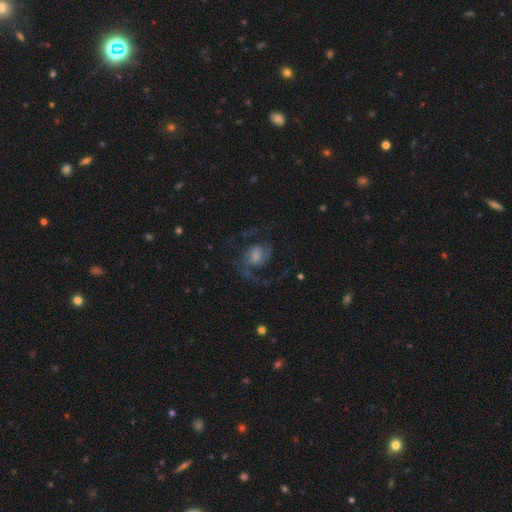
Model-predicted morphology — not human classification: A featured or disk galaxy (80%) with a weak bar (51%), 2 (84%) medium (49%) spiral arms (94%) and a moderate central bulge (34%).

Vote fractions:
- Smooth or featured? featured or disk: 80% / smooth: 13% / star or artifact: 7%
- Edge-on disk? no: 98% / yes: 2%
- Bar? weak: 51% / no: 35% / strong: 14%
- Spiral arms? yes: 94% / no: 6%
- Spiral winding? medium: 49% / loose: 39% / tight: 11%
- Spiral arm count? 2: 84% / can't tell: 5% / 3: 4% / 1: 4% / 4: 2% / more than 4: 2%
- Bulge size? moderate: 34% / small: 31% / large: 16% / none: 16% / dominant: 3%
- Merging? none: 60% / major disturbance: 23% / minor disturbance: 15% / merger: 2%